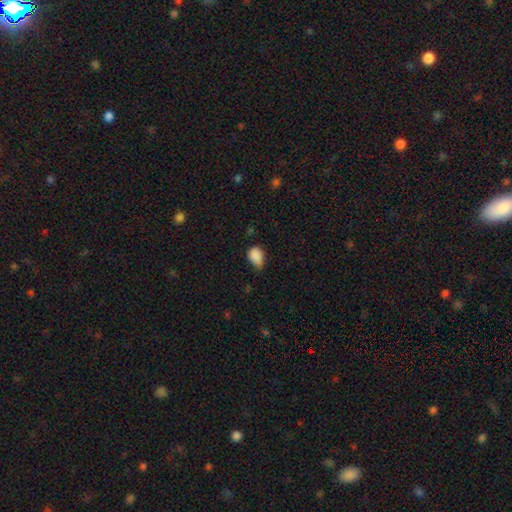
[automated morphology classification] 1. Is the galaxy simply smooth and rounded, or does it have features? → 87% smooth, 9% star or artifact, 5% featured or disk.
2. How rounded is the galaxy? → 76% in between, 23% round, 1% cigar-shaped.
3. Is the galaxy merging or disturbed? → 48% minor disturbance, 40% none, 10% major disturbance, 2% merger.